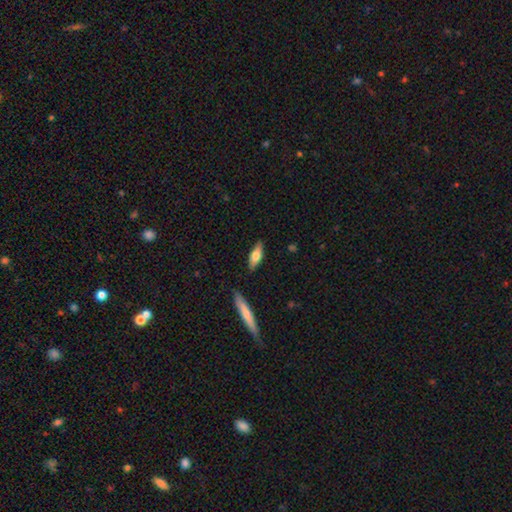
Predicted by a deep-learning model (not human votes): This is likely a smooth galaxy (64%). How rounded: possibly in between (55%). Merging: clearly none (85%).